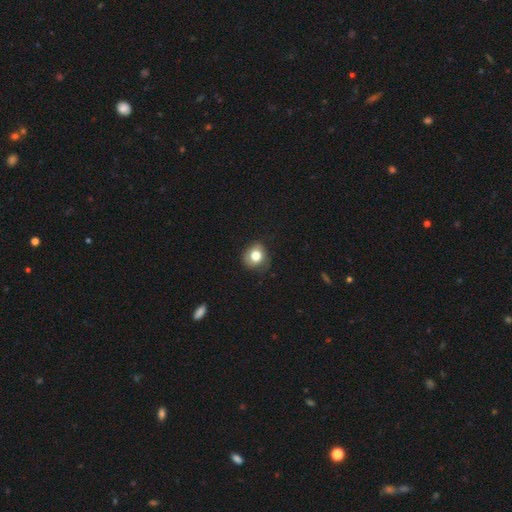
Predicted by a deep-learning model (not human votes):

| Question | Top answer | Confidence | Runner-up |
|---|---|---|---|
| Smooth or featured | smooth | 77% | featured or disk (13%) |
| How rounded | round | 75% | in between (24%) |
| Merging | none | 72% | minor disturbance (21%) |